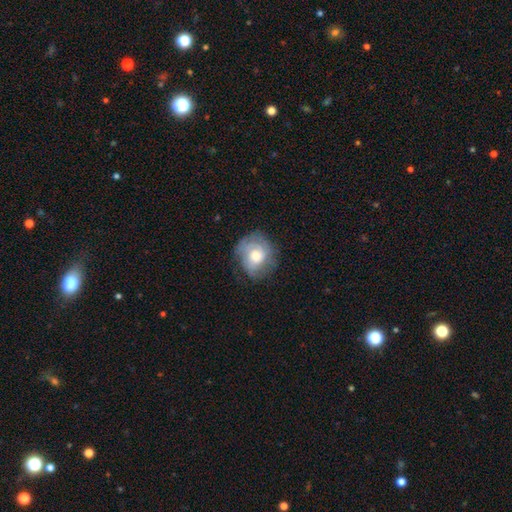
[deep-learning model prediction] Q: Smooth or featured?
A: smooth (49%); runner-up: featured or disk (43%)
Q: Merging?
A: none (65%); runner-up: minor disturbance (23%)